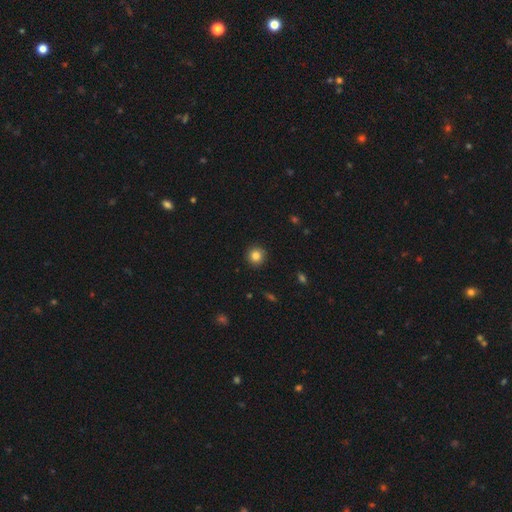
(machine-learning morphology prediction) This is clearly a smooth galaxy (84%). How rounded: clearly round (94%). Merging: clearly none (91%).